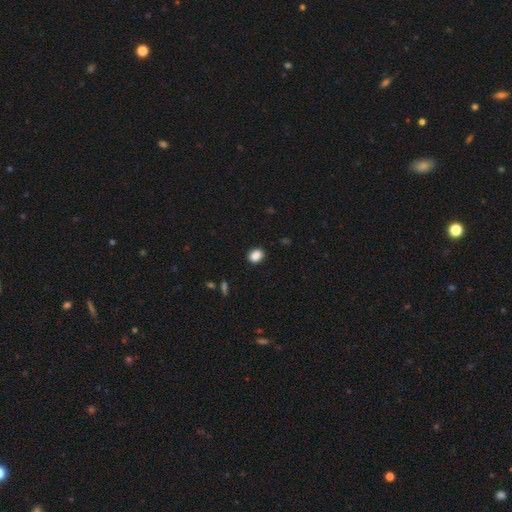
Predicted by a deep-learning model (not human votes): This appears to be a smooth galaxy with no disk features (87%) that is in between round and cigar-shaped (63%). Merging: none (88%).